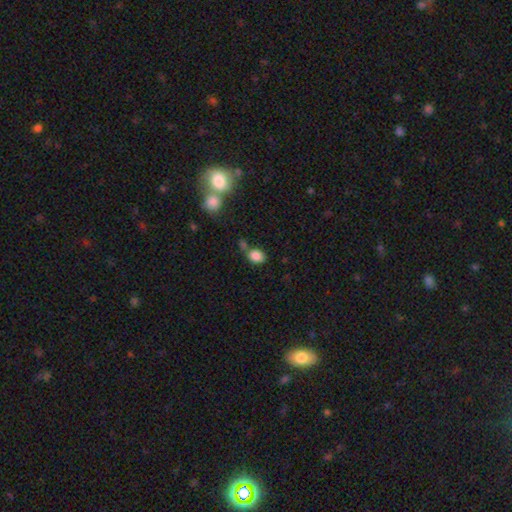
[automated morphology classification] Smooth or featured: smooth — 85% (star or artifact — 10%)
How rounded: in between — 71% (round — 28%)
Merging: none — 59% (merger — 20%)